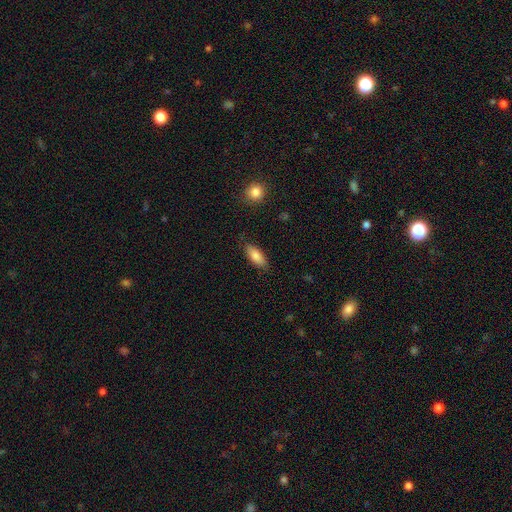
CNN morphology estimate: Smooth or featured? Predicted: smooth (p=0.83). How rounded? Predicted: in between (p=0.78). Merging? Predicted: none (p=0.83).